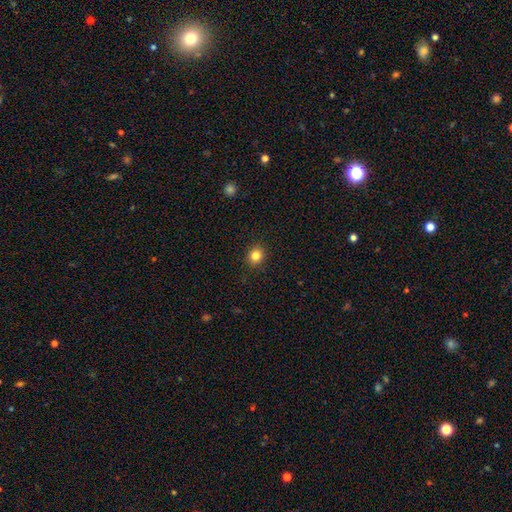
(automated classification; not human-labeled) Smooth or featured?
  - smooth: 83% *
  - star or artifact: 12%
  - featured or disk: 5%
How rounded?
  - round: 82% *
  - in between: 17%
  - cigar-shaped: 1%
Merging?
  - none: 91% *
  - minor disturbance: 6%
  - major disturbance: 2%
  - merger: 1%